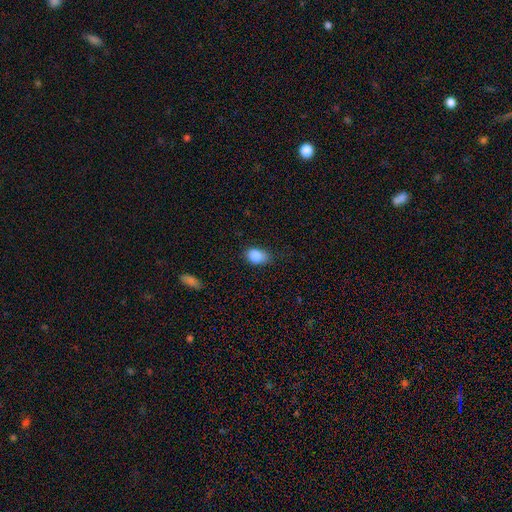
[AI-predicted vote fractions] smooth 87%, star or artifact 9%, featured or disk 5%. Down the decision tree: how rounded — in between (80%); merging — none (63%).